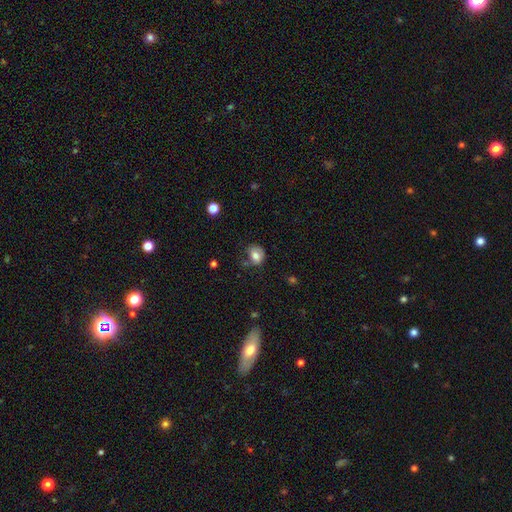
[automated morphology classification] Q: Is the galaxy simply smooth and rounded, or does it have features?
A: smooth — 76%.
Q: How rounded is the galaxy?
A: round — 57%.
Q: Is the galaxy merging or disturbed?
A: none — 50%.